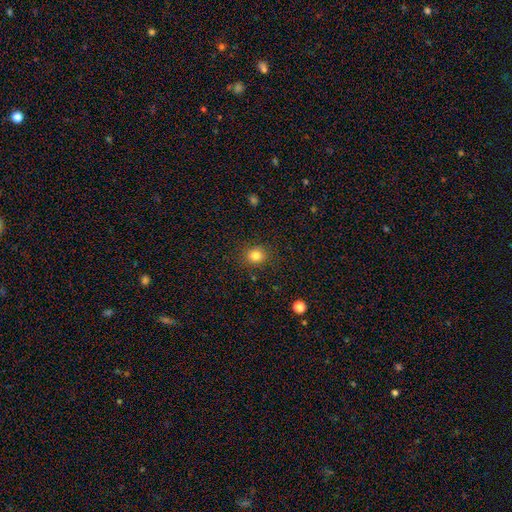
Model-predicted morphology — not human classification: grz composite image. It shows a smooth galaxy with no disk features (82%) that is round (78%). Merging: none (88%).